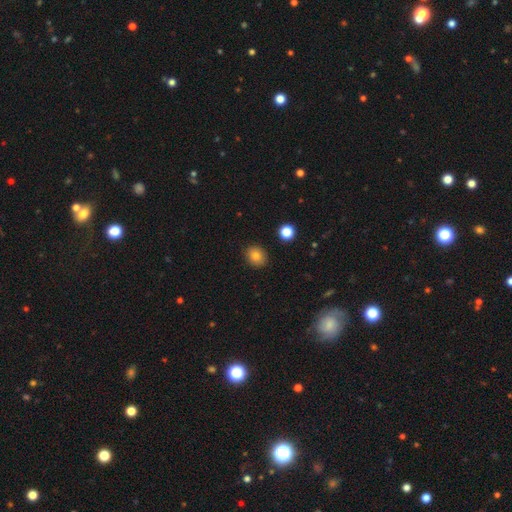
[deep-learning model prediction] Smooth or featured: smooth — 81% (star or artifact — 11%)
How rounded: round — 70% (in between — 29%)
Merging: none — 89% (minor disturbance — 7%)